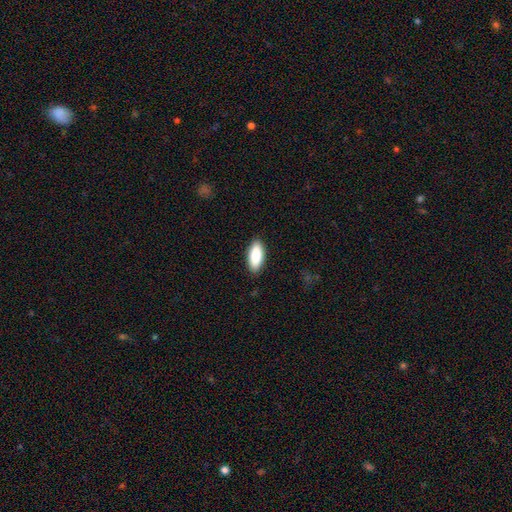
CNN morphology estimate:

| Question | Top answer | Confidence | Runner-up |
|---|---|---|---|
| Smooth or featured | smooth | 87% | featured or disk (7%) |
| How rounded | in between | 86% | cigar-shaped (13%) |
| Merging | none | 88% | minor disturbance (9%) |